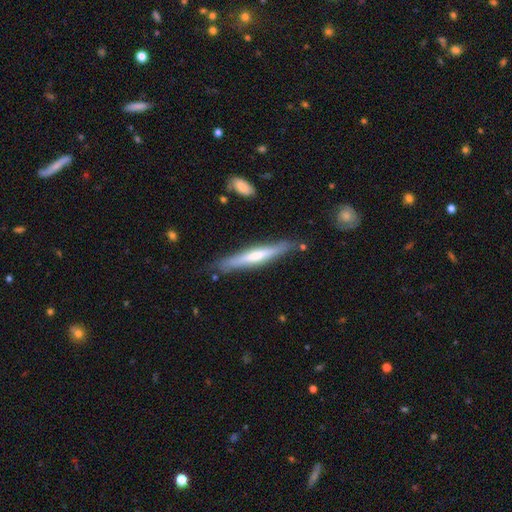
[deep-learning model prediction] This appears to be a featured or disk galaxy (49%). Merging: none (82%).